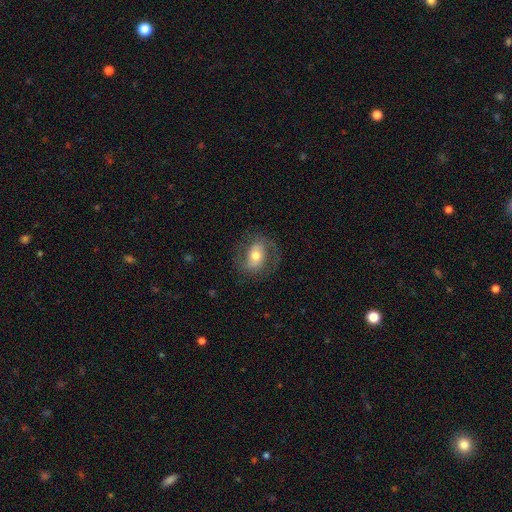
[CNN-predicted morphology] A featured or disk galaxy (59%) with no bar (43%), spiral arms (80%) and a moderate central bulge (69%).

Vote fractions:
- Smooth or featured? featured or disk: 59% / smooth: 33% / star or artifact: 8%
- Edge-on disk? no: 95% / yes: 5%
- Bar? no: 43% / weak: 36% / strong: 21%
- Spiral arms? yes: 80% / no: 20%
- Bulge size? moderate: 69% / small: 16% / large: 13% / dominant: 2% / none: 1%
- Merging? none: 73% / minor disturbance: 15% / major disturbance: 10% / merger: 1%